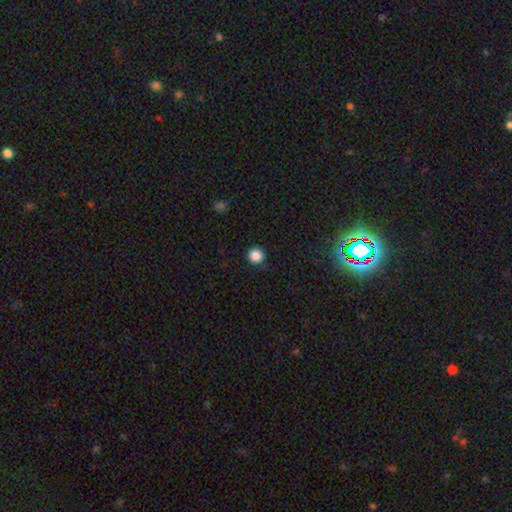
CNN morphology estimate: A smooth galaxy with no disk features (86%) that is round (95%).

Vote fractions:
- Smooth or featured? smooth: 86% / star or artifact: 11% / featured or disk: 3%
- How rounded? round: 95% / in between: 4% / cigar-shaped: 1%
- Merging? none: 91% / minor disturbance: 6% / major disturbance: 2% / merger: 1%